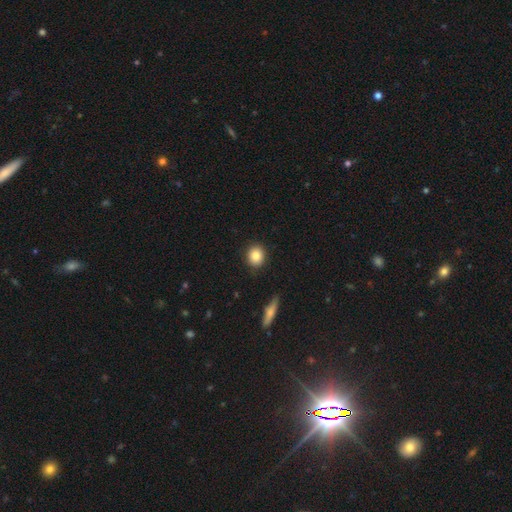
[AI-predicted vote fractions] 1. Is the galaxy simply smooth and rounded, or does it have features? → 84% smooth, 8% star or artifact, 7% featured or disk.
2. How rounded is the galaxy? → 79% round, 20% in between, 2% cigar-shaped.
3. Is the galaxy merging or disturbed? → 89% none, 7% minor disturbance, 2% major disturbance, 1% merger.